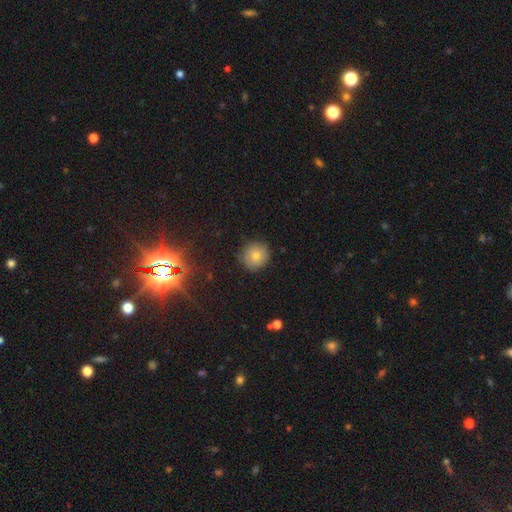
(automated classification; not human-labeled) Smooth or featured? smooth (75%)
How rounded? round (93%)
Merging? none (86%)